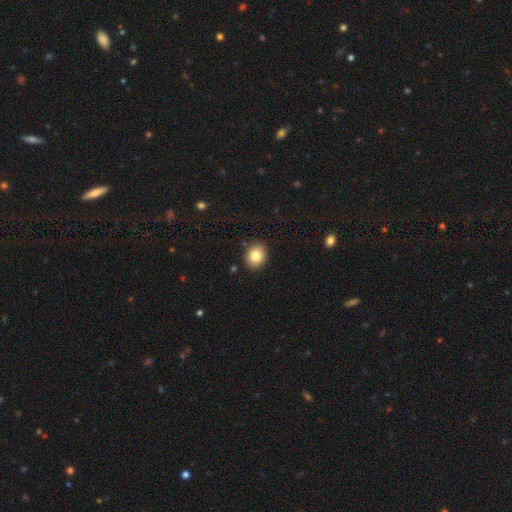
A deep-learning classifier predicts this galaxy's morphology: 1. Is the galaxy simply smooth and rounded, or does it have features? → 83% smooth, 9% star or artifact, 8% featured or disk.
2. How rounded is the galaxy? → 58% round, 41% in between, 1% cigar-shaped.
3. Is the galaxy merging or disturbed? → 88% none, 8% minor disturbance, 2% major disturbance, 2% merger.